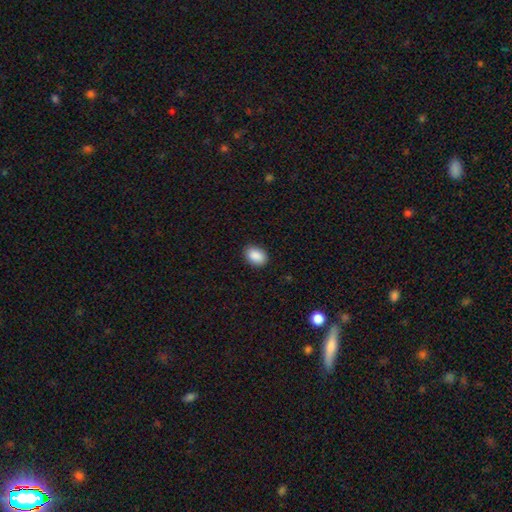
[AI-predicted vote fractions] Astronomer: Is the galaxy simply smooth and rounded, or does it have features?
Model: smooth — 90%.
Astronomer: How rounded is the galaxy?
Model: in between — 79%.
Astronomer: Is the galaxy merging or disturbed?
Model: none — 88%.